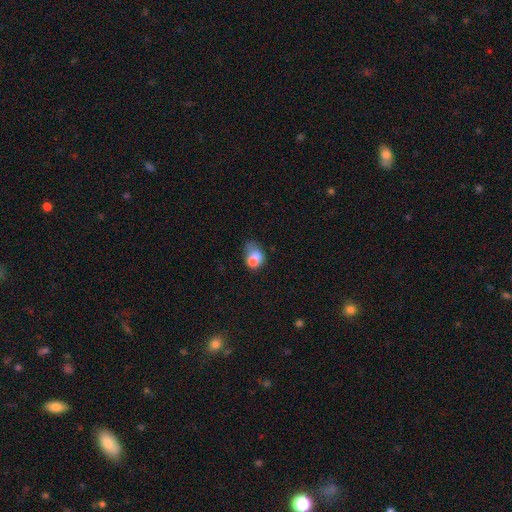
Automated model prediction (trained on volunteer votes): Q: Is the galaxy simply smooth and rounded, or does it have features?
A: smooth — 69%.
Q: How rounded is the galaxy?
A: in between — 56%.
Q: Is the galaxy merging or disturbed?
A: merger — 36%.